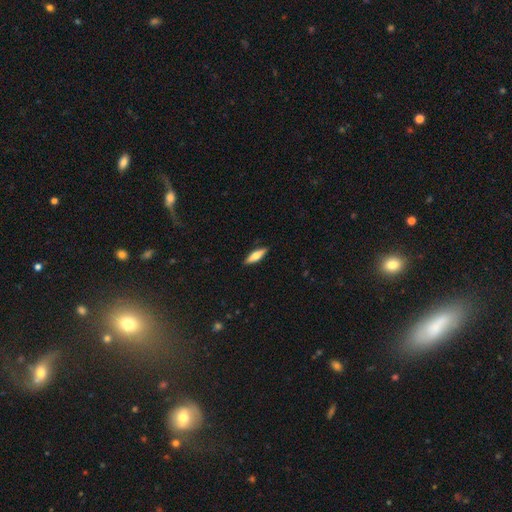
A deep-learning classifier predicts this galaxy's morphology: type=smooth (58%); roundness=cigar-shaped (60%); merging=none (90%).